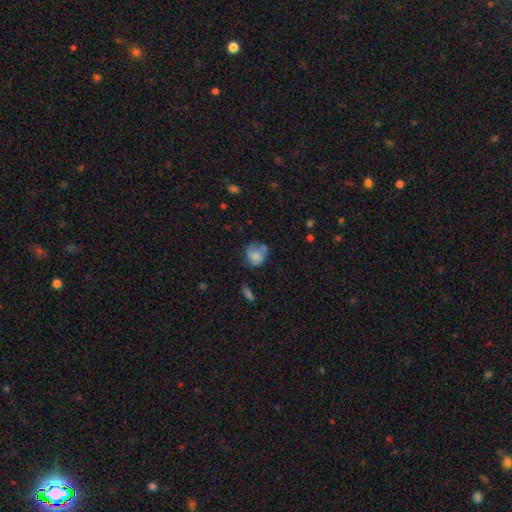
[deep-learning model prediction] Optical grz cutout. It shows a smooth galaxy with no disk features (63%) that is round (67%). Merging: none (42%).